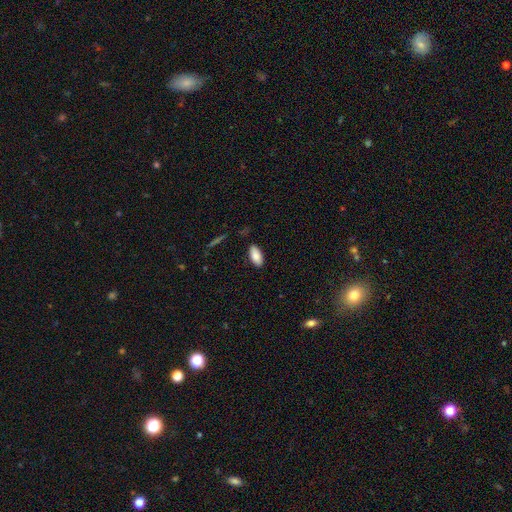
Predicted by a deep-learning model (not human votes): A smooth galaxy with no disk features (86%) that is in between round and cigar-shaped (90%).

Vote fractions:
- Smooth or featured? smooth: 86% / featured or disk: 8% / star or artifact: 7%
- How rounded? in between: 90% / cigar-shaped: 8% / round: 2%
- Merging? none: 85% / minor disturbance: 11% / major disturbance: 2% / merger: 1%